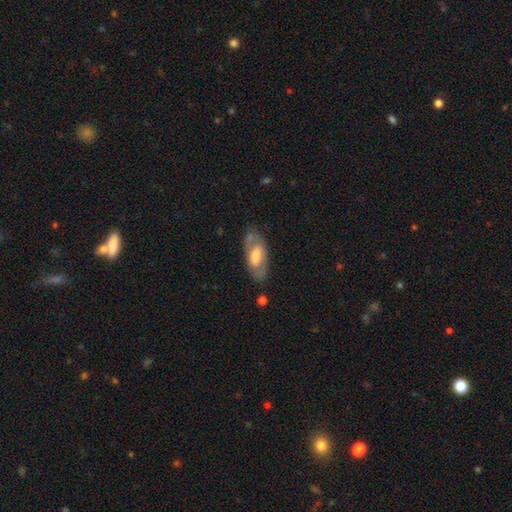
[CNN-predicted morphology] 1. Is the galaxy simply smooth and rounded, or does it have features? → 49% featured or disk, 46% smooth, 6% star or artifact.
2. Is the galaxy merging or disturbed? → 69% none, 20% minor disturbance, 8% major disturbance, 3% merger.